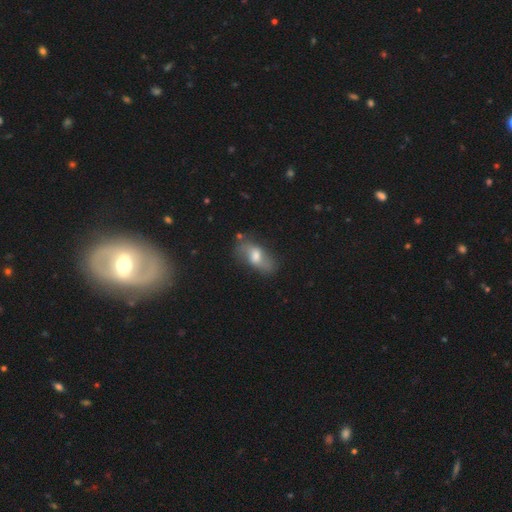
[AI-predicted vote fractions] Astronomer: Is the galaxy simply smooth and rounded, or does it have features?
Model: smooth — 49% (runner-up: featured or disk, 43%).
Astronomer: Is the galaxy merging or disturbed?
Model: none — 67%.